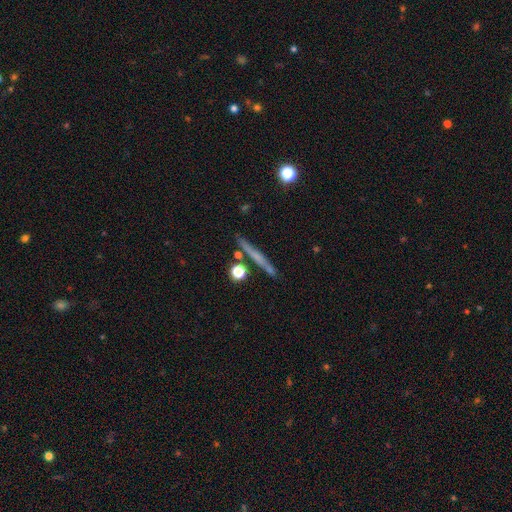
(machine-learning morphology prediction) The model was most divided on "smooth or featured": smooth: 47%, featured or disk: 43%, star or artifact: 10%. More confident: merging — none (83%).